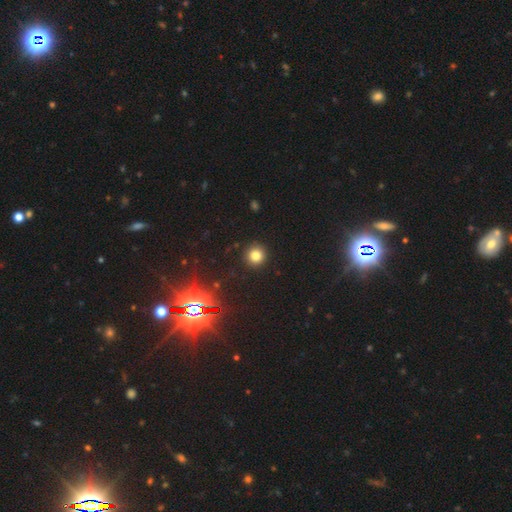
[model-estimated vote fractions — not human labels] The model was most divided on "smooth or featured": smooth: 78%, star or artifact: 16%, featured or disk: 6%. More confident: how rounded — round (94%); merging — none (92%).